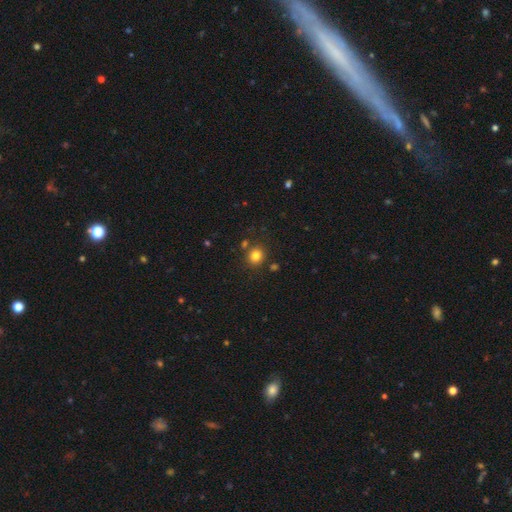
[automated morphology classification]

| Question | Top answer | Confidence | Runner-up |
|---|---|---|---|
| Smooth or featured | smooth | 80% | star or artifact (13%) |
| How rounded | round | 80% | in between (19%) |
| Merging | none | 81% | minor disturbance (9%) |